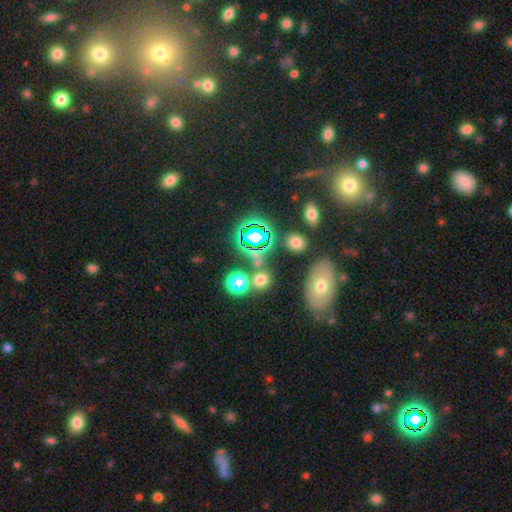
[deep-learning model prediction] Smooth or featured: star or artifact — 54% (smooth — 35%)